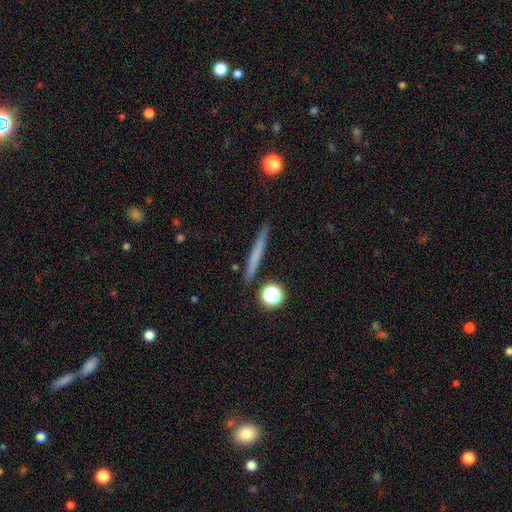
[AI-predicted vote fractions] smooth-or-featured: smooth: 60% | featured or disk: 32% | star or artifact: 8%
  how-rounded: cigar-shaped: 94% | in between: 3% | round: 3%
  merging: none: 88% | minor disturbance: 8% | merger: 2% | major disturbance: 2%